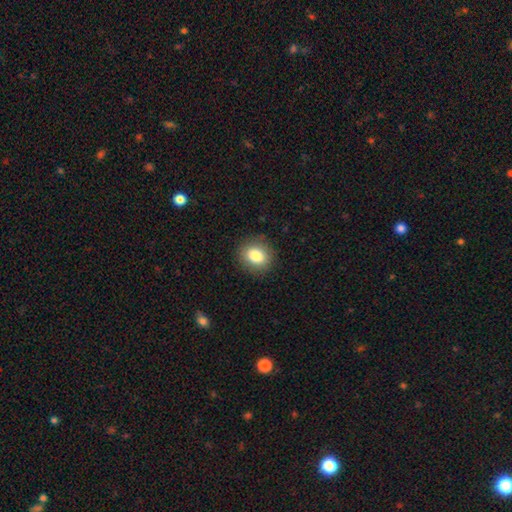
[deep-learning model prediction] The model was most divided on "how rounded": round: 68%, in between: 31%, cigar-shaped: 1%. More confident: merging — none (88%); smooth or featured — smooth (83%).